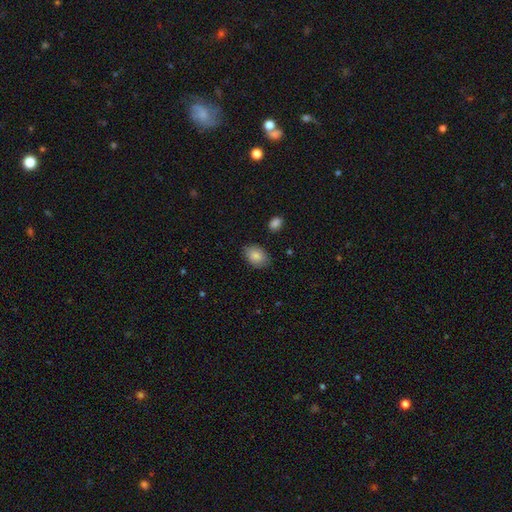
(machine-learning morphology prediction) Smooth or featured: smooth — 86% (star or artifact — 7%)
How rounded: in between — 81% (round — 18%)
Merging: none — 80% (minor disturbance — 15%)